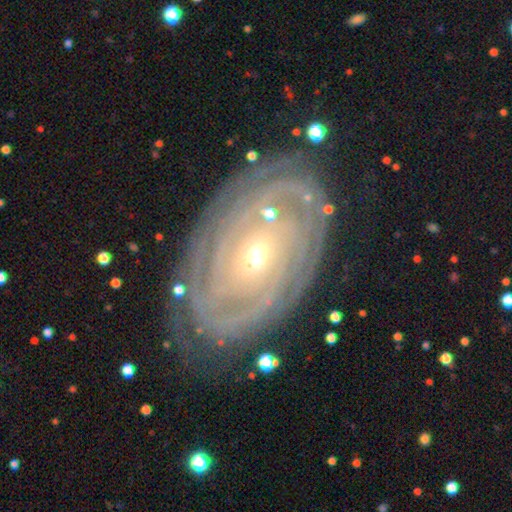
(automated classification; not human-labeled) Smooth or featured? Predicted: featured or disk (p=0.88). Edge-on disk? Predicted: no (p=0.95). Bar? Predicted: no (p=0.53). Spiral arms? Predicted: yes (p=0.97). Spiral winding? Predicted: tight (p=0.84). Spiral arm count? Predicted: can't tell (p=0.30). Bulge size? Predicted: small (p=0.61). Merging? Predicted: none (p=0.82).